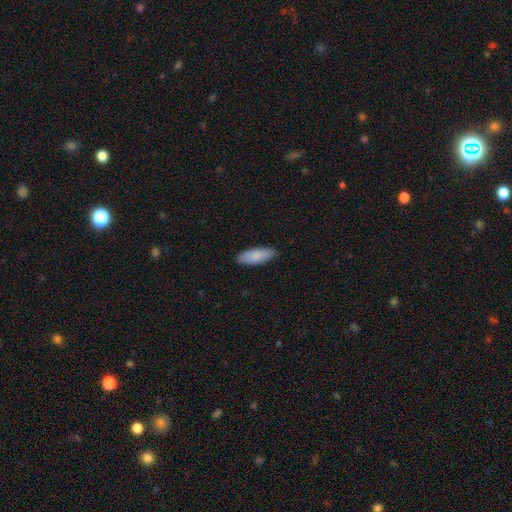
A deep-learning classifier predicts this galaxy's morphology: smooth 85%, featured or disk 10%, star or artifact 5%. Down the decision tree: how rounded — in between (66%); merging — none (87%).